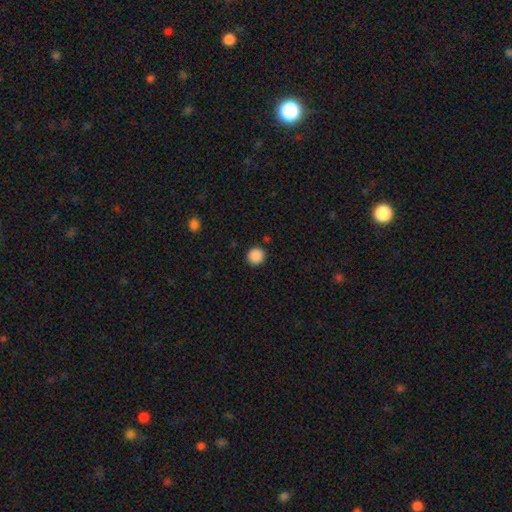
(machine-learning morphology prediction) Overall: smooth (88%). How rounded: round (93%). Merging: none (90%).